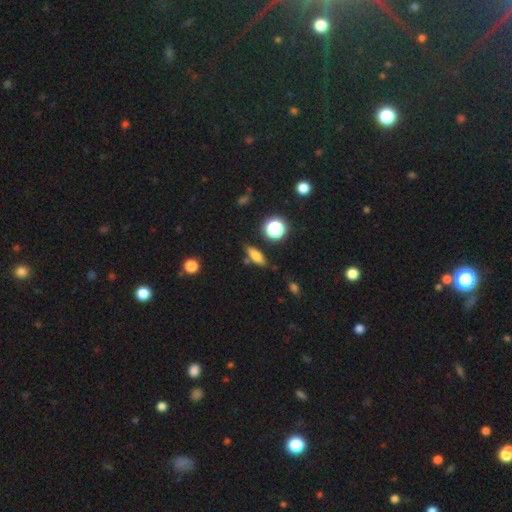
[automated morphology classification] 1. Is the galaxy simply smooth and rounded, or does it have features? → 72% smooth, 15% featured or disk, 13% star or artifact.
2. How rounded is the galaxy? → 53% in between, 37% cigar-shaped, 9% round.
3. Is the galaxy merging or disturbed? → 76% none, 14% minor disturbance, 6% merger, 4% major disturbance.